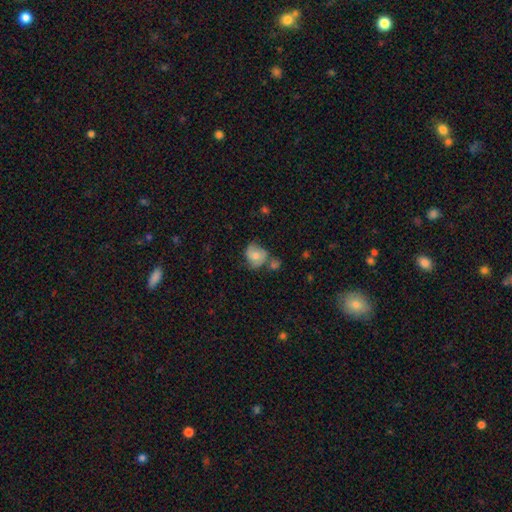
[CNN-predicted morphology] Smooth or featured?
  - smooth: 64% *
  - featured or disk: 28%
  - star or artifact: 8%
How rounded?
  - round: 64% *
  - in between: 35%
  - cigar-shaped: 1%
Merging?
  - none: 44% *
  - minor disturbance: 27%
  - merger: 18%
  - major disturbance: 12%